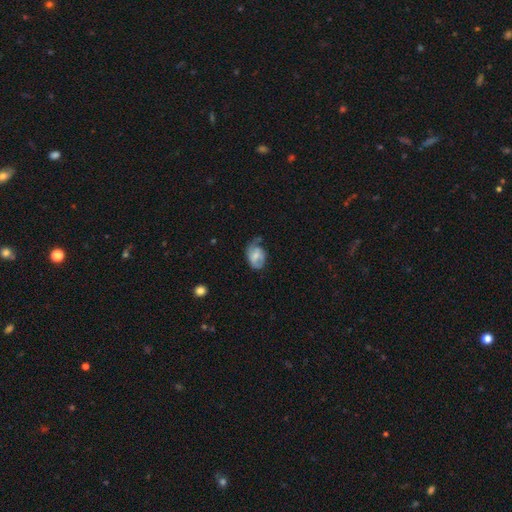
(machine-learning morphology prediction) This is possibly a featured or disk galaxy (47%). Merging: marginally none (38%).